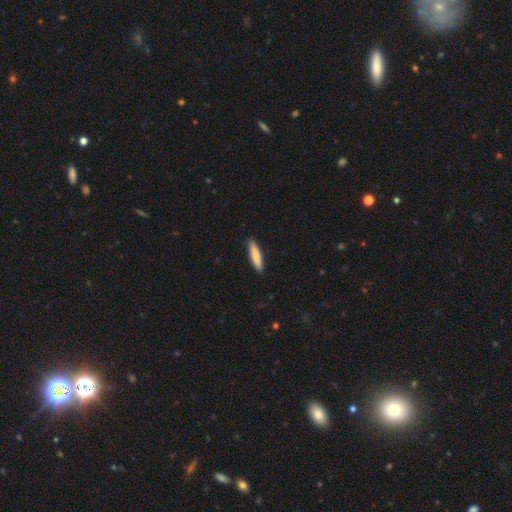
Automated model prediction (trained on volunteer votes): smooth 84%, featured or disk 11%, star or artifact 5%. Down the decision tree: how rounded — cigar-shaped (84%); merging — none (91%).